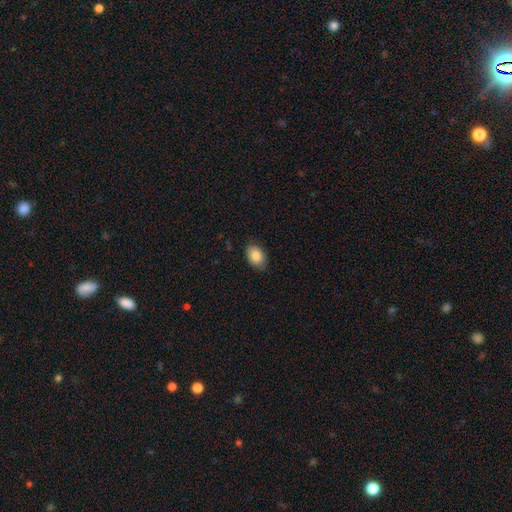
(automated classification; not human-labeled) Smooth or featured? smooth (87%)
How rounded? in between (82%)
Merging? none (81%)